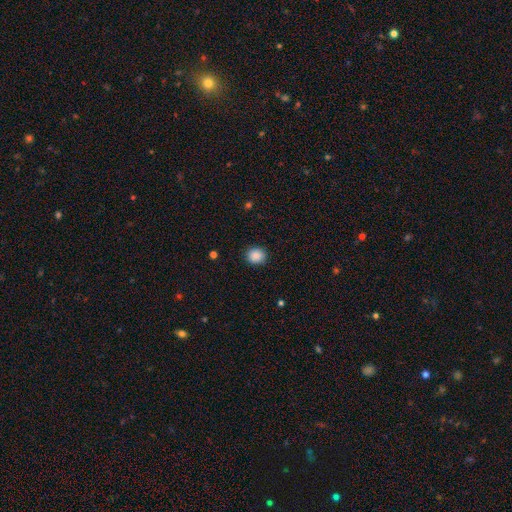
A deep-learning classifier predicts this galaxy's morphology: Smooth or featured? Predicted: smooth (p=0.88). How rounded? Predicted: round (p=0.81). Merging? Predicted: none (p=0.90).